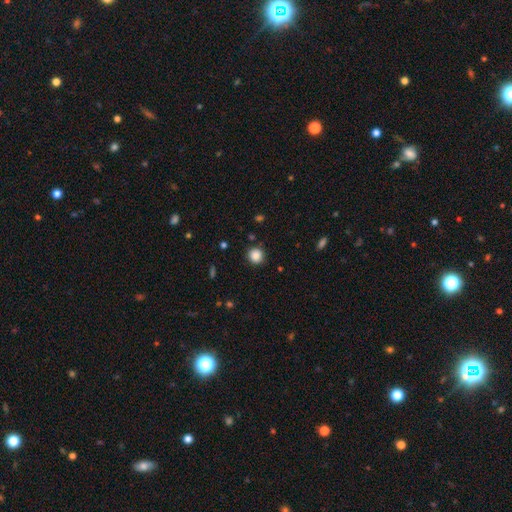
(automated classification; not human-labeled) smooth 86%, star or artifact 10%, featured or disk 4%. Down the decision tree: how rounded — round (91%); merging — none (87%).